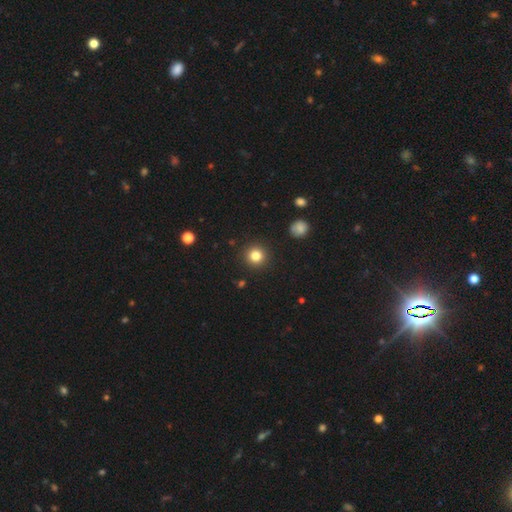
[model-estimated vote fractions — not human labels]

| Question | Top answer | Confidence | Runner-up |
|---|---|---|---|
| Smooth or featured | smooth | 82% | star or artifact (12%) |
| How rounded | round | 95% | in between (4%) |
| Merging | none | 92% | minor disturbance (5%) |